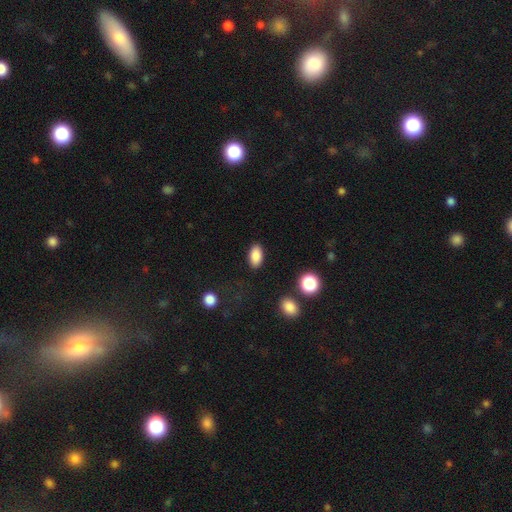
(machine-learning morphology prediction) Q: Smooth or featured?
A: smooth (87%); runner-up: star or artifact (8%)
Q: How rounded?
A: in between (92%); runner-up: round (5%)
Q: Merging?
A: none (87%); runner-up: minor disturbance (8%)